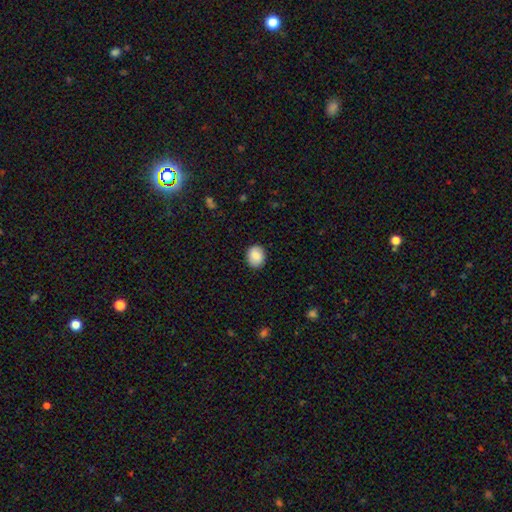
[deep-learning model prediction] Smooth or featured? smooth (83%)
How rounded? round (57%)
Merging? none (88%)